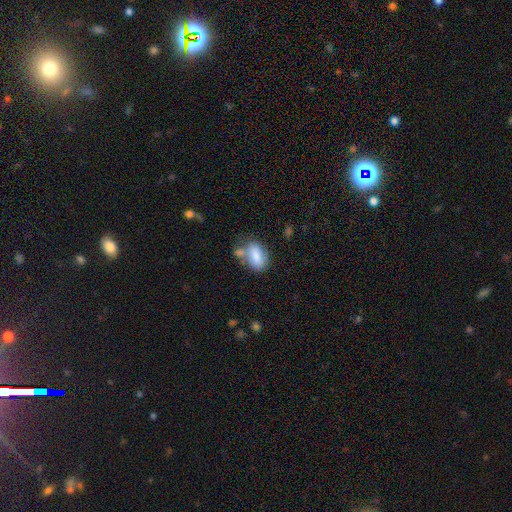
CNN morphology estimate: type=smooth (77%); roundness=in between (88%); merging=none (40%).